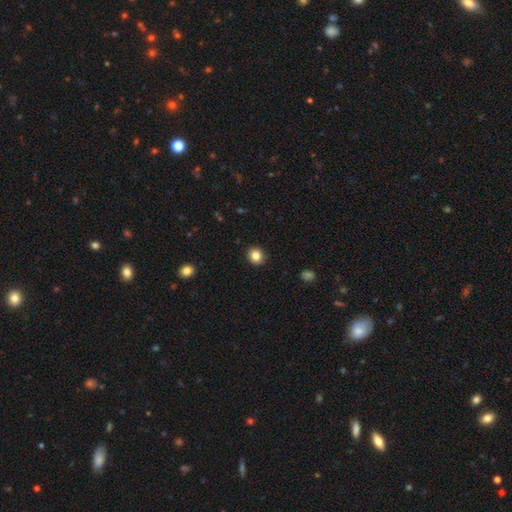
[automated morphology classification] This is clearly a smooth galaxy (84%). How rounded: clearly round (82%). Merging: clearly none (91%).